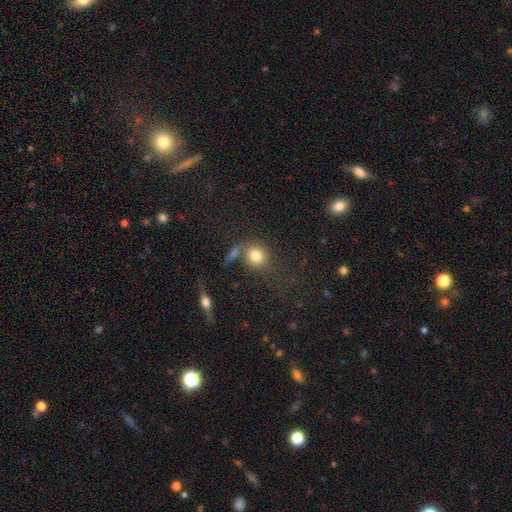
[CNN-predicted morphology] Smooth or featured? smooth (79%)
How rounded? round (80%)
Merging? none (60%)